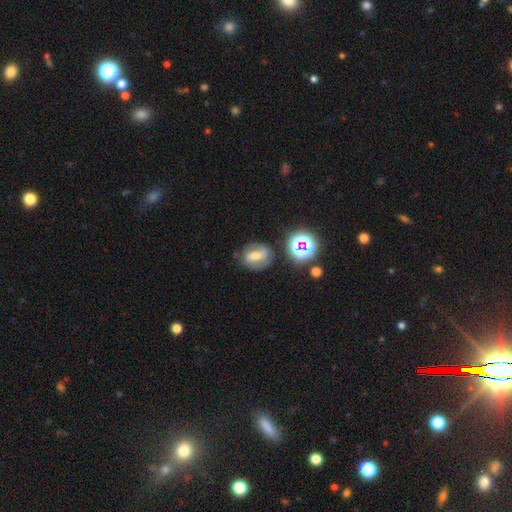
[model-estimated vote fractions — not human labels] Smooth or featured? Predicted: featured or disk (p=0.52). Edge-on disk? Predicted: no (p=0.95). Merging? Predicted: none (p=0.73).